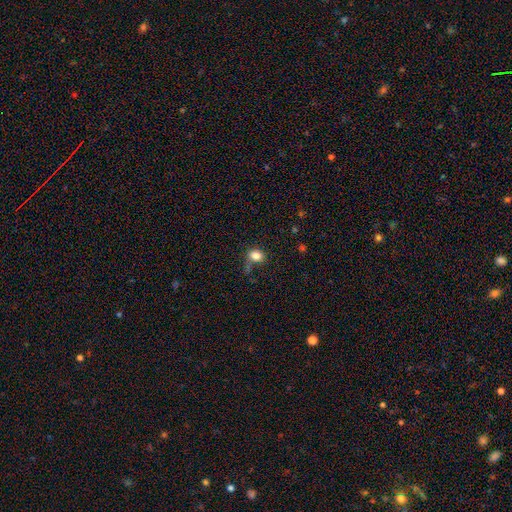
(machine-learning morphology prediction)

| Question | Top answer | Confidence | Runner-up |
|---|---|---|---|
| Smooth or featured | smooth | 82% | star or artifact (11%) |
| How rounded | in between | 50% | round (48%) |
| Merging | none | 60% | minor disturbance (21%) |